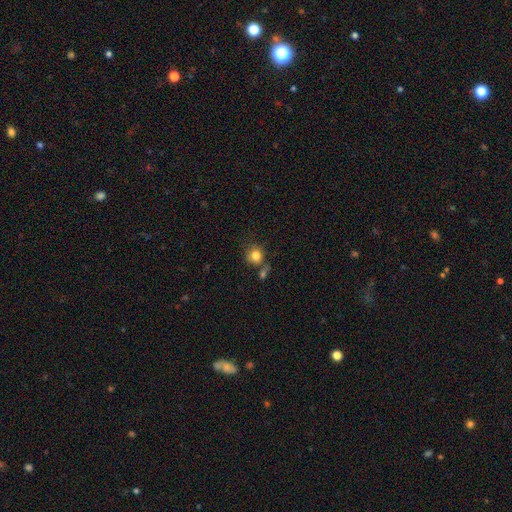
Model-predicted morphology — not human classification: The model was most divided on "merging": none: 65%, merger: 17%, minor disturbance: 13%, major disturbance: 5%. More confident: how rounded — round (88%); smooth or featured — smooth (82%).